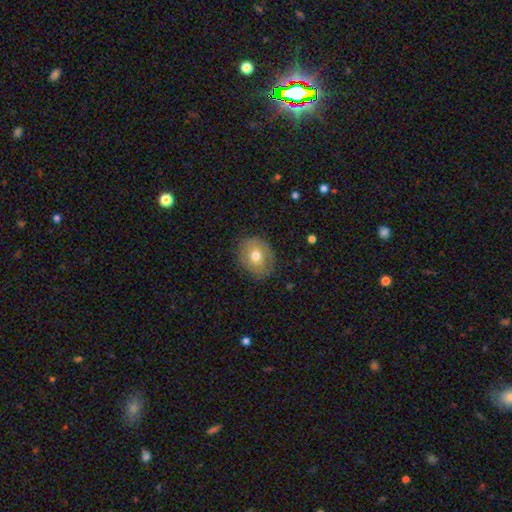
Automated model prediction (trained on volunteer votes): Overall: smooth (65%; featured or disk 27%). How rounded: round (53%; in between 46%). Merging: none (79%).